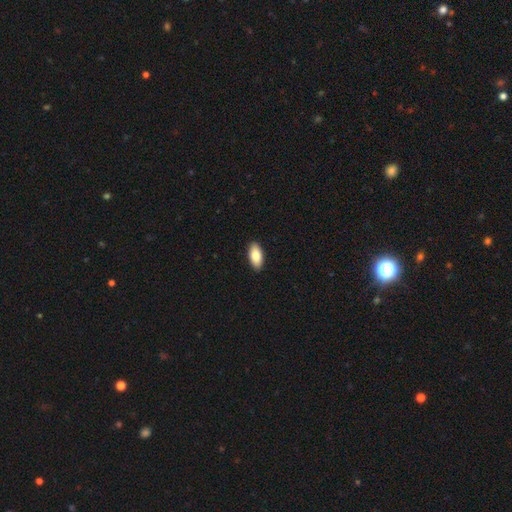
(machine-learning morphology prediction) Smooth or featured?
  - smooth: 85% *
  - featured or disk: 9%
  - star or artifact: 6%
How rounded?
  - in between: 92% *
  - cigar-shaped: 6%
  - round: 2%
Merging?
  - none: 91% *
  - minor disturbance: 7%
  - major disturbance: 1%
  - merger: 1%